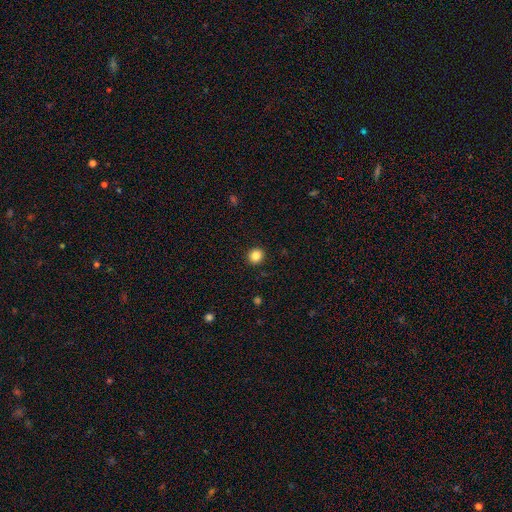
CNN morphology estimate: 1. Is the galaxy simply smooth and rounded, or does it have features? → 85% smooth, 11% star or artifact, 4% featured or disk.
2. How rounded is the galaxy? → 86% round, 13% in between, 1% cigar-shaped.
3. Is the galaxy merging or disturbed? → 92% none, 5% minor disturbance, 2% major disturbance, 1% merger.